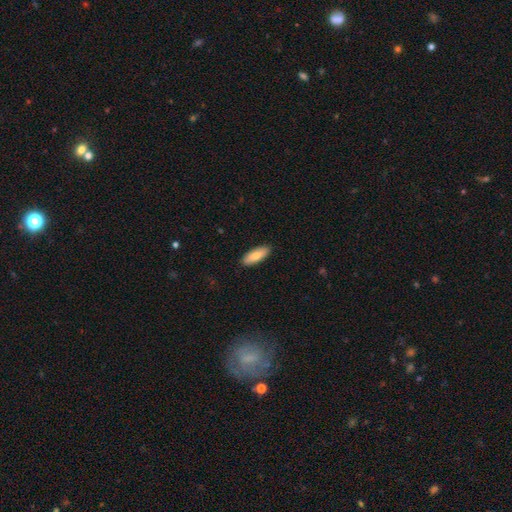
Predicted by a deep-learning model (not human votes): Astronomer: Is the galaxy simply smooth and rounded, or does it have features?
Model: smooth — 80%.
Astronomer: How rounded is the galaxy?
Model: in between — 67%.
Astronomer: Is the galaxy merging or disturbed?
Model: none — 90%.